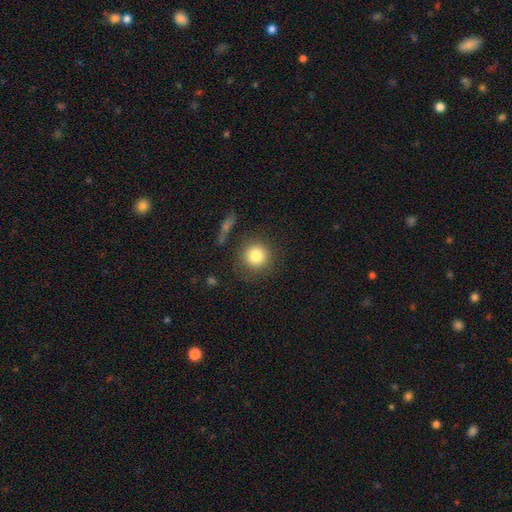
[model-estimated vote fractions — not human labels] smooth 82%, star or artifact 9%, featured or disk 9%. Down the decision tree: how rounded — round (93%); merging — none (81%).